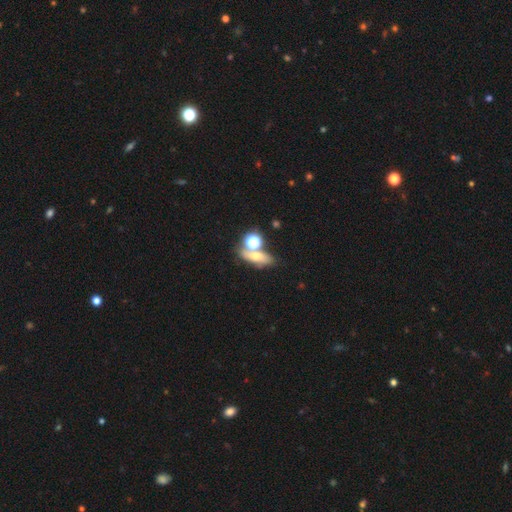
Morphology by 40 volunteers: Smooth or featured? 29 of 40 (72%) said smooth. How rounded? 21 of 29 (72%) said in between. Merging? 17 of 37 (46%) said none.